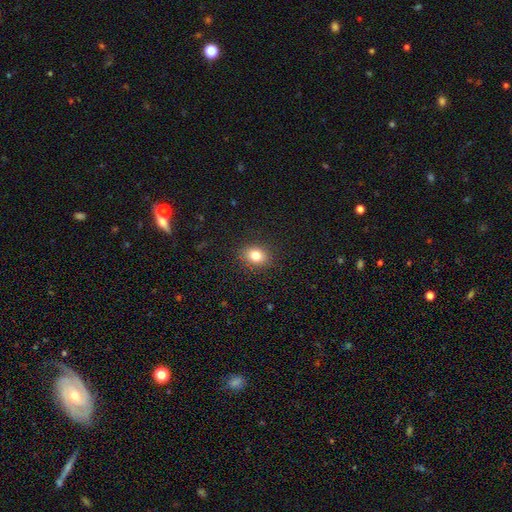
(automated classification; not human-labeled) smooth_or_featured: smooth (p=0.82) [alt: star or artifact p=0.11]
how_rounded: in between (p=0.59) [alt: round p=0.40]
merging: none (p=0.89) [alt: minor disturbance p=0.08]